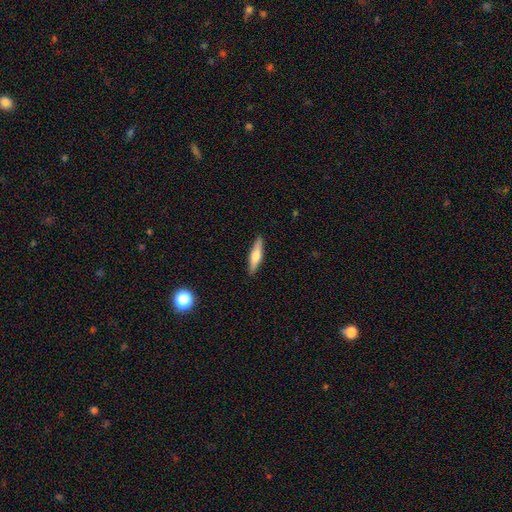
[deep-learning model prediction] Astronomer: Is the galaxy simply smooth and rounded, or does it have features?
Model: smooth — 55% (runner-up: featured or disk, 40%).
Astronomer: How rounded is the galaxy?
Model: cigar-shaped — 77%.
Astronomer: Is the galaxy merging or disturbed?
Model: none — 90%.